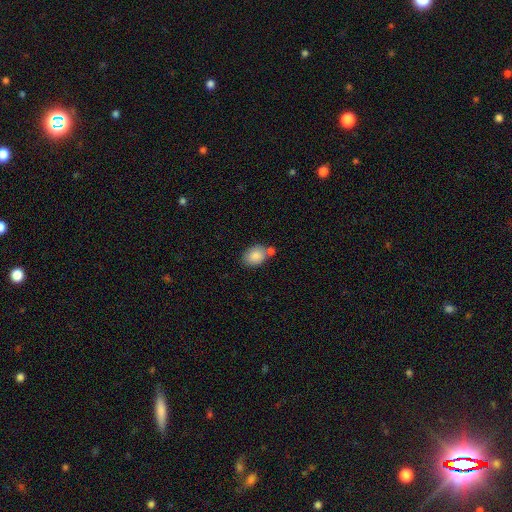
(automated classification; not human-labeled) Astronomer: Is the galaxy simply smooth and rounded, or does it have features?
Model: smooth — 85%.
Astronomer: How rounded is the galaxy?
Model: in between — 71%.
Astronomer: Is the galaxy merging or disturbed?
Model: none — 58%.